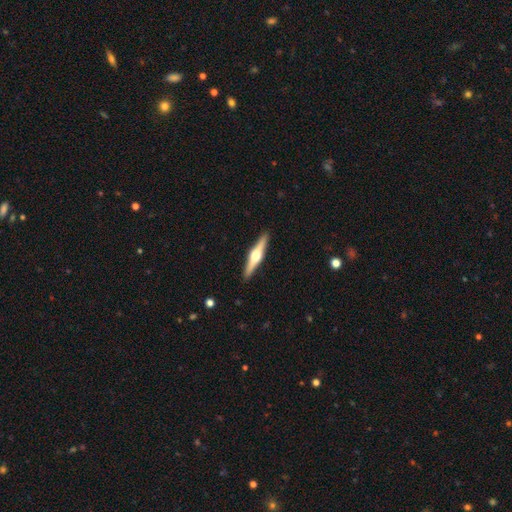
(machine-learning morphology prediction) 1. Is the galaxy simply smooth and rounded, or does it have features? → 74% featured or disk, 22% smooth, 5% star or artifact.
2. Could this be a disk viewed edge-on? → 98% yes, 2% no.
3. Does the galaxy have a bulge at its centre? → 95% rounded, 3% boxy, 2% none.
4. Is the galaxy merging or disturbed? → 92% none, 6% minor disturbance, 1% major disturbance, 1% merger.